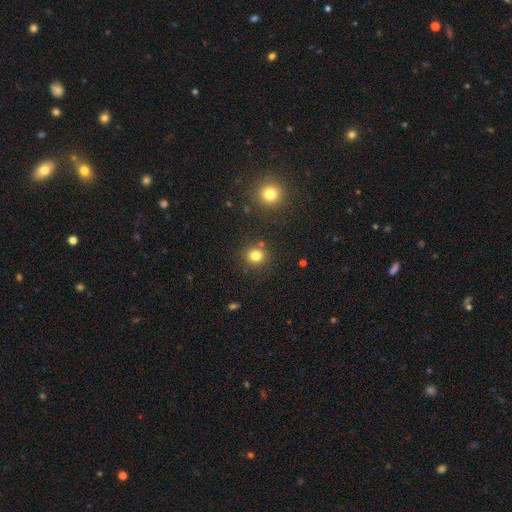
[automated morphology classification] This appears to be a smooth galaxy with no disk features (81%) that is round (88%). Merging: none (84%).